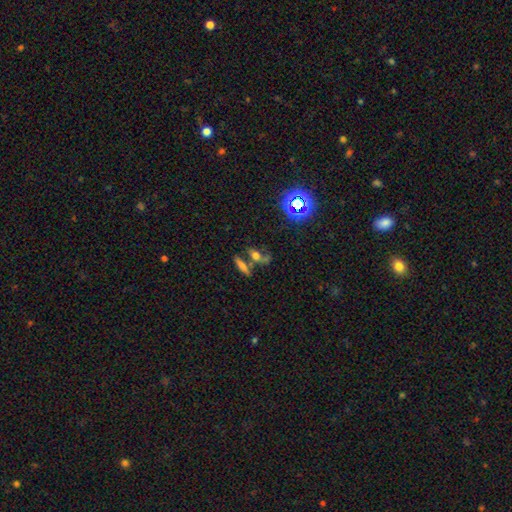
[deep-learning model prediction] Smooth or featured: smooth — 51% (featured or disk — 26%)
How rounded: in between — 50% (cigar-shaped — 33%)
Merging: none — 45% (merger — 35%)